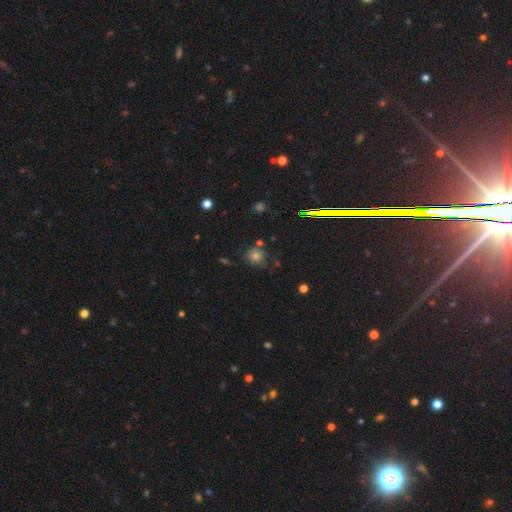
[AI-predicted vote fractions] A smooth galaxy with no disk features (71%) that is round (89%). Merging: none (72%).